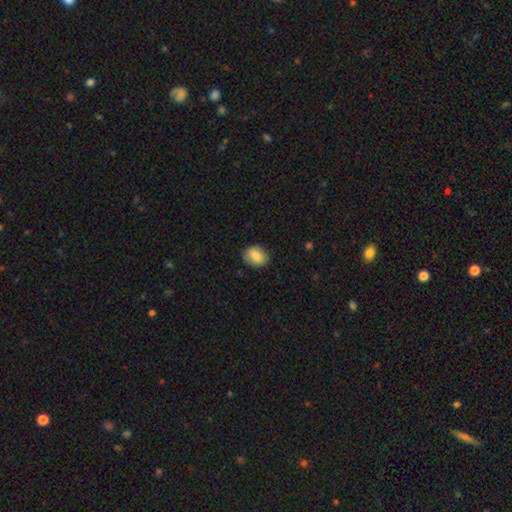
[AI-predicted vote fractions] This is clearly a smooth galaxy (80%). How rounded: possibly in between (52%). Merging: clearly none (84%).